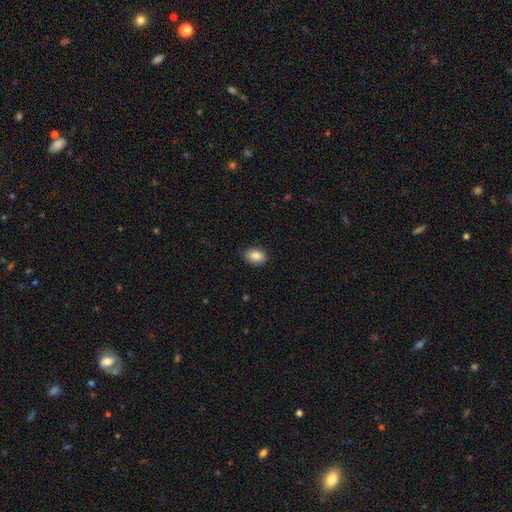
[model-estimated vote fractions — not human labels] Smooth or featured? smooth (86%)
How rounded? in between (80%)
Merging? none (86%)